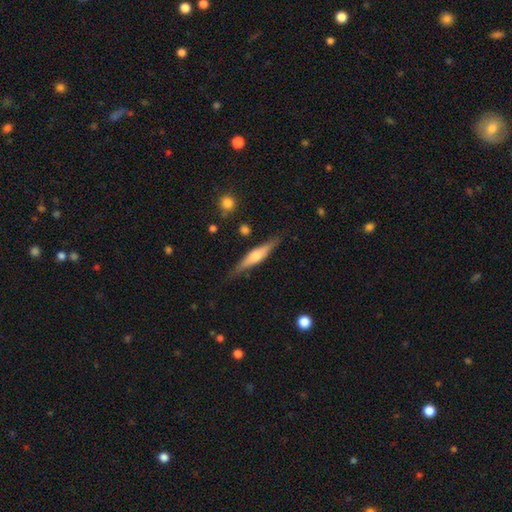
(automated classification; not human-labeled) This is possibly a featured or disk galaxy (55%). It is clearly viewed edge-on (93%). Edge-on bulge: clearly rounded (85%). Merging: clearly none (83%).